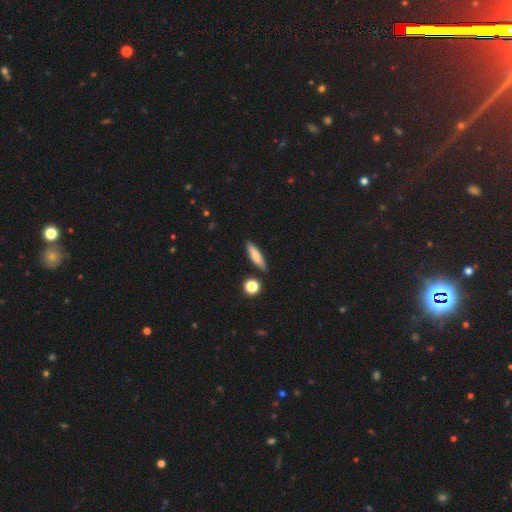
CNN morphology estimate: smooth_or_featured: smooth (p=0.78) [alt: featured or disk p=0.14]
how_rounded: cigar-shaped (p=0.69) [alt: in between p=0.28]
merging: none (p=0.84) [alt: minor disturbance p=0.10]